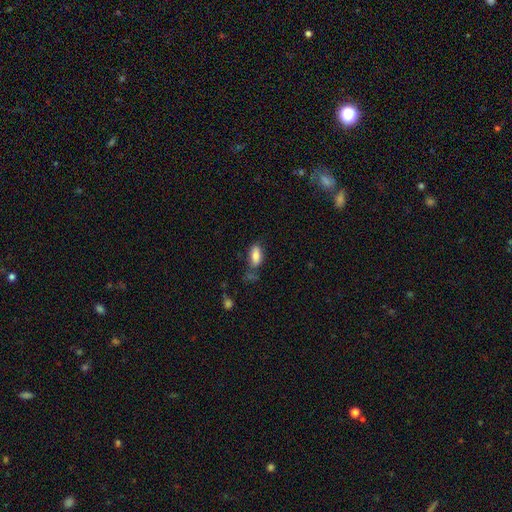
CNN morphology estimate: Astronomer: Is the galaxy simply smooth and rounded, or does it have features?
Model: smooth — 82%.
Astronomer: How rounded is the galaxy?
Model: in between — 83%.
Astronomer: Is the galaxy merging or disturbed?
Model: none — 58%.